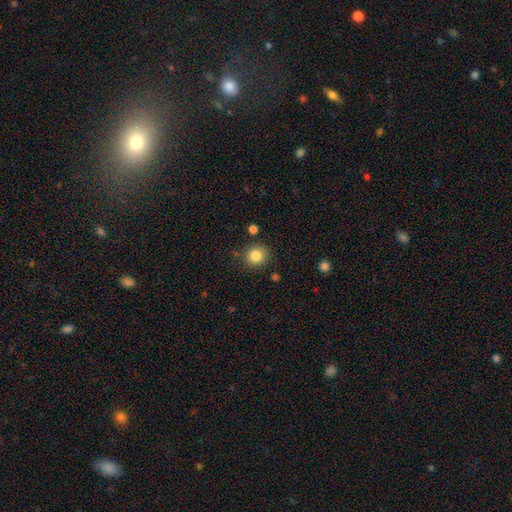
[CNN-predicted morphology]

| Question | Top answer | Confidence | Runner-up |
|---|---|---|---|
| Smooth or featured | smooth | 84% | star or artifact (11%) |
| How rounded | round | 87% | in between (12%) |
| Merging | none | 85% | minor disturbance (9%) |